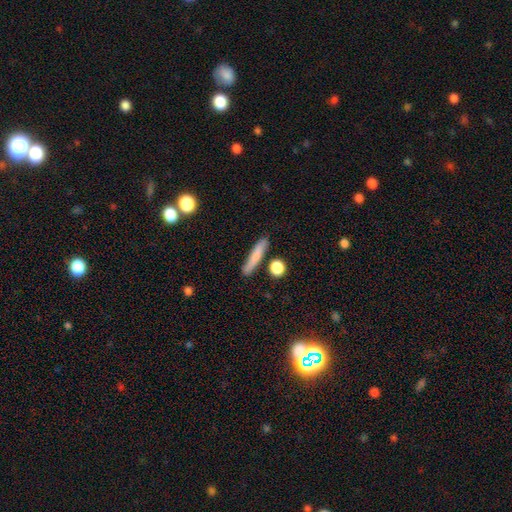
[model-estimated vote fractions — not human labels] Smooth or featured?
  - smooth: 75% *
  - featured or disk: 17%
  - star or artifact: 7%
How rounded?
  - cigar-shaped: 88% *
  - in between: 9%
  - round: 4%
Merging?
  - none: 81% *
  - minor disturbance: 11%
  - merger: 5%
  - major disturbance: 3%